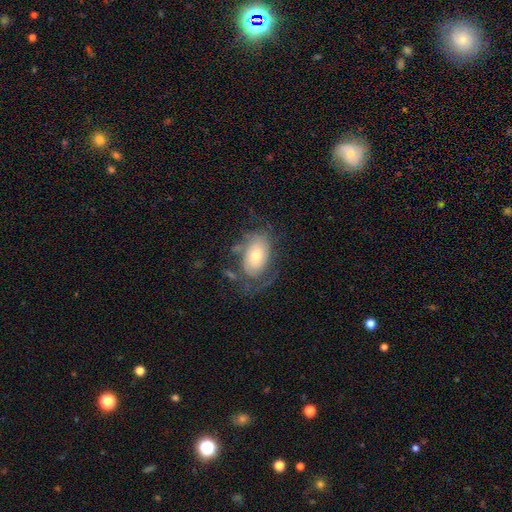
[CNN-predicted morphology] Q: Smooth or featured?
A: featured or disk (56%); runner-up: smooth (36%)
Q: Edge-on disk?
A: no (94%); runner-up: yes (6%)
Q: Bar?
A: no (75%); runner-up: weak (20%)
Q: Spiral arms?
A: yes (72%); runner-up: no (28%)
Q: Bulge size?
A: moderate (56%); runner-up: small (31%)
Q: Merging?
A: none (47%); runner-up: major disturbance (26%)